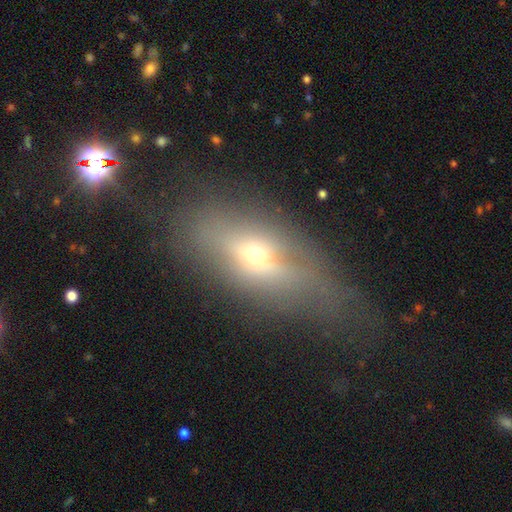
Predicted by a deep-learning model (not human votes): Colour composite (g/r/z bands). It shows a featured or disk galaxy (47%). Merging: none (49%).